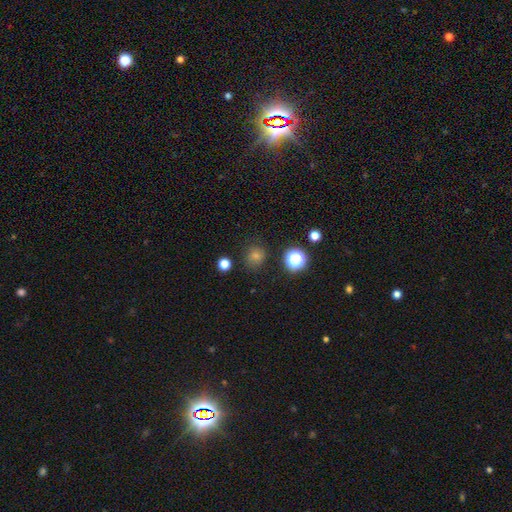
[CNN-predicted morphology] This appears to be a smooth galaxy with no disk features (63%) that is round (83%). Merging: none (82%).